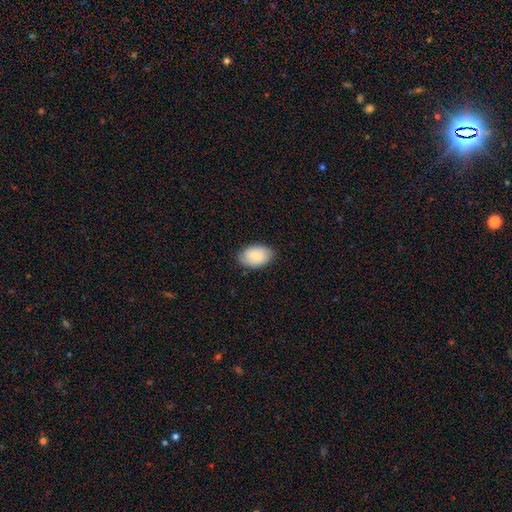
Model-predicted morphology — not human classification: Smooth or featured? smooth (83%)
How rounded? in between (90%)
Merging? none (83%)